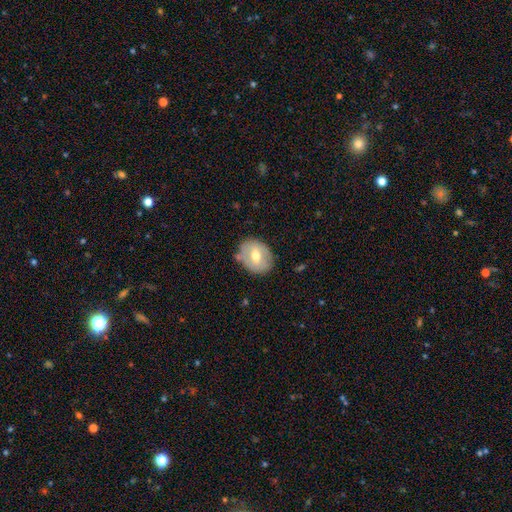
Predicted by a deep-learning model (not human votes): The model was most divided on "how rounded": round: 54%, in between: 45%, cigar-shaped: 1%. More confident: merging — none (74%); smooth or featured — smooth (56%).